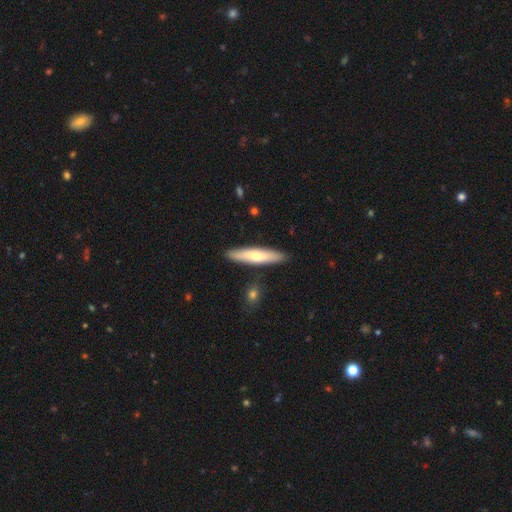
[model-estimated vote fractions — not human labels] smooth_or_featured: smooth (p=0.60) [alt: featured or disk p=0.35]
how_rounded: cigar-shaped (p=0.83) [alt: in between p=0.16]
merging: none (p=0.88) [alt: minor disturbance p=0.08]